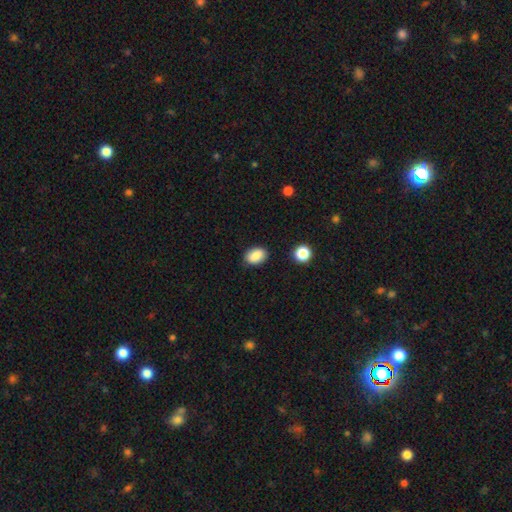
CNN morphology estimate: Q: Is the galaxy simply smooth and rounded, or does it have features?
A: smooth — 88%.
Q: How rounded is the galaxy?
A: in between — 83%.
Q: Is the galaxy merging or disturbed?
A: none — 86%.